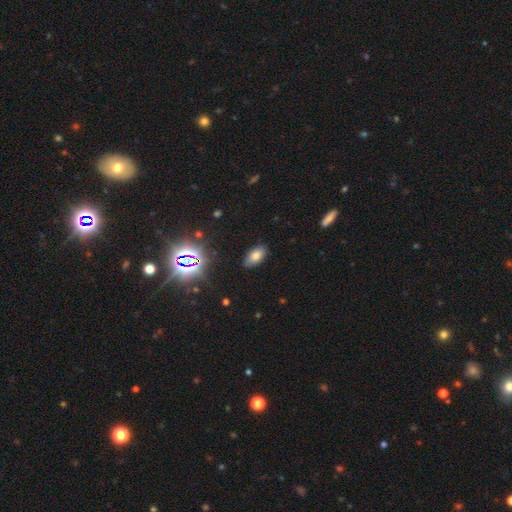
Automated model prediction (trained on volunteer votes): smooth_or_featured: smooth (p=0.74) [alt: star or artifact p=0.16]
how_rounded: in between (p=0.92) [alt: round p=0.05]
merging: none (p=0.85) [alt: minor disturbance p=0.11]